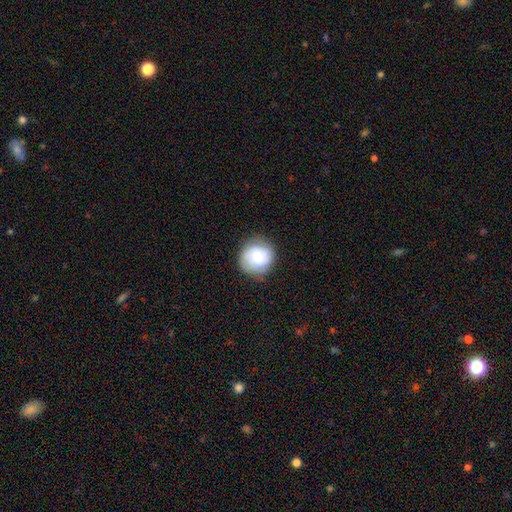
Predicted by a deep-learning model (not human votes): Smooth or featured? smooth (53%)
How rounded? round (88%)
Merging? none (80%)